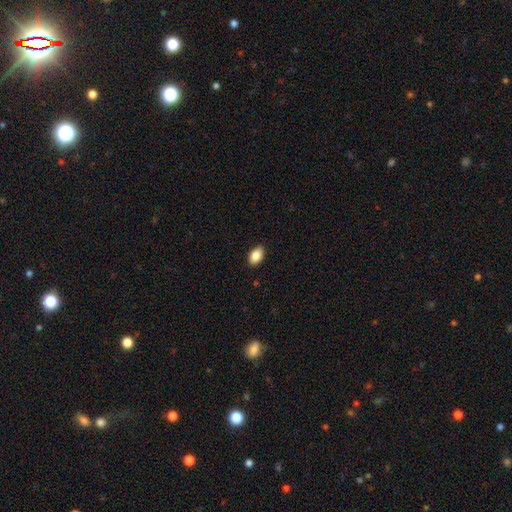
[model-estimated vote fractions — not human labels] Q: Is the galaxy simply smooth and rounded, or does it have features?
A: smooth — 88%.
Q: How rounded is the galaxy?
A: in between — 90%.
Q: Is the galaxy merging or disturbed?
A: none — 89%.